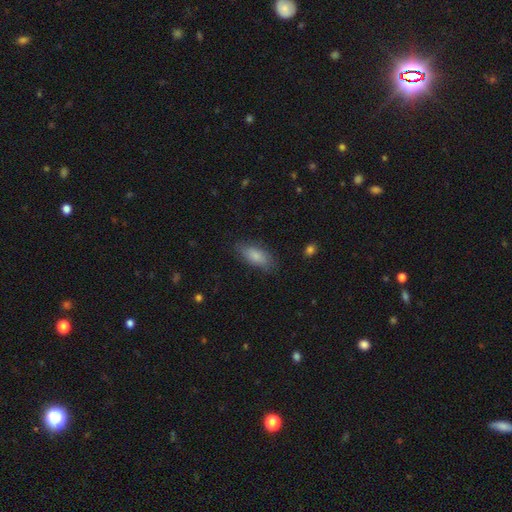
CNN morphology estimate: Smooth or featured: smooth — 79% (featured or disk — 14%)
How rounded: in between — 81% (cigar-shaped — 17%)
Merging: none — 77% (minor disturbance — 17%)